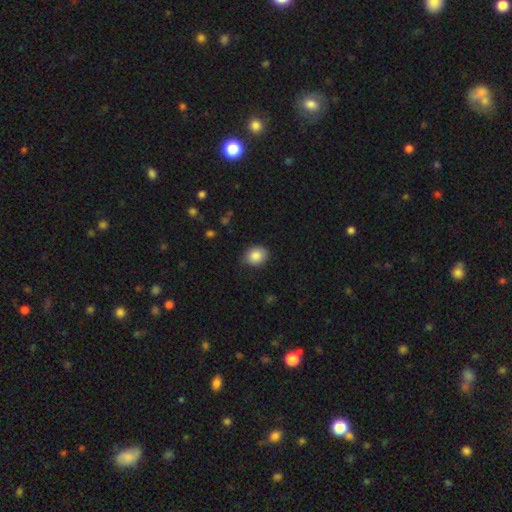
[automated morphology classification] This is clearly a smooth galaxy (87%). How rounded: possibly round (59%). Merging: clearly none (84%).